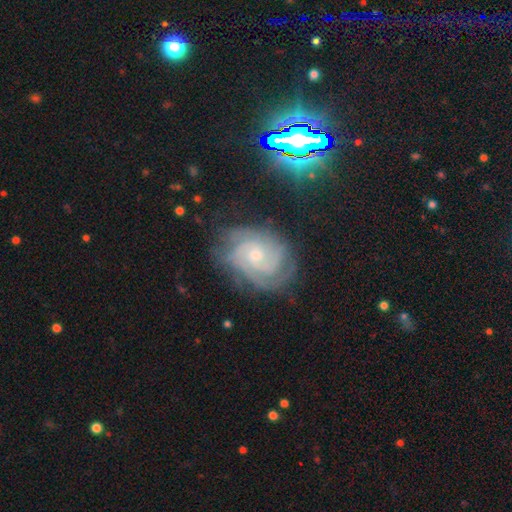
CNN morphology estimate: Smooth or featured? Predicted: featured or disk (p=0.86). Edge-on disk? Predicted: no (p=0.97). Bar? Predicted: no (p=0.71). Spiral arms? Predicted: yes (p=0.97). Spiral winding? Predicted: tight (p=0.70). Spiral arm count? Predicted: 3 (p=0.31). Bulge size? Predicted: small (p=0.58). Merging? Predicted: none (p=0.70).